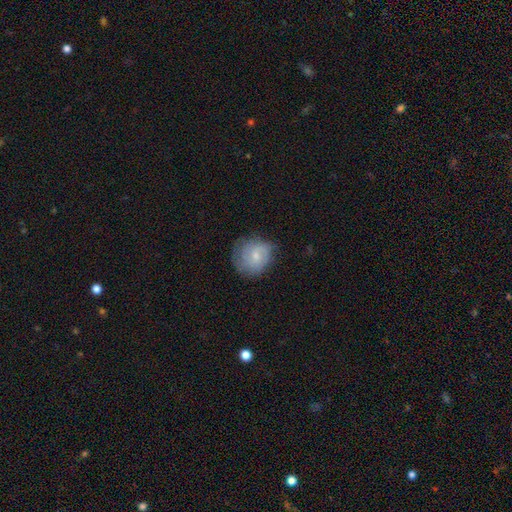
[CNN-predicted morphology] A smooth galaxy with no disk features (55%) that is round (79%). Merging: none (63%).